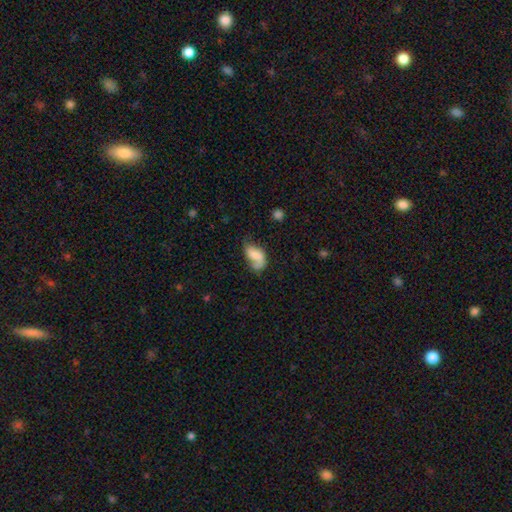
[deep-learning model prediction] The model was most divided on "merging": none: 33%, major disturbance: 29%, minor disturbance: 29%, merger: 8%. More confident: how rounded — in between (89%); smooth or featured — smooth (59%).